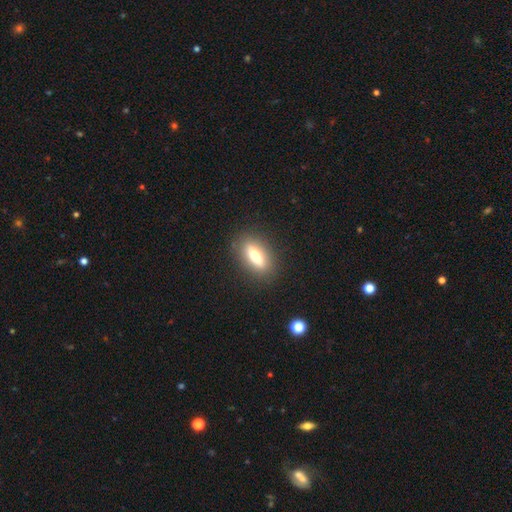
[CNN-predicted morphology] This is likely a smooth galaxy (62%). How rounded: likely in between (66%). Merging: clearly none (87%).